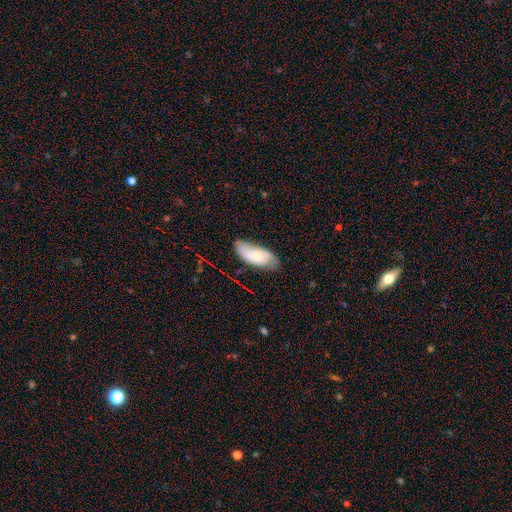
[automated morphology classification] A smooth galaxy with no disk features (62%) that is in between round and cigar-shaped (86%).

Vote fractions:
- Smooth or featured? smooth: 62% / featured or disk: 31% / star or artifact: 7%
- How rounded? in between: 86% / cigar-shaped: 12% / round: 2%
- Merging? none: 67% / minor disturbance: 25% / major disturbance: 6% / merger: 2%